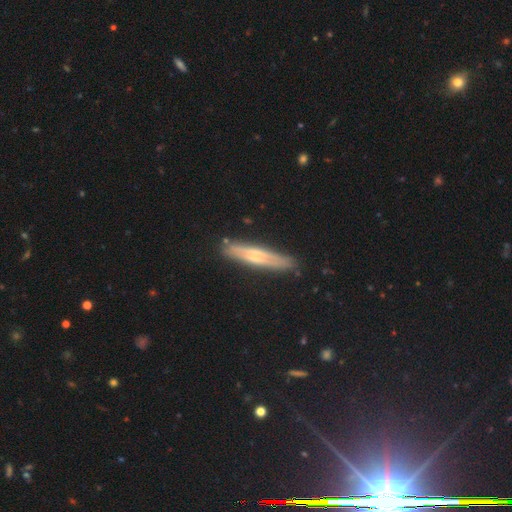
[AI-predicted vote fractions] The model was most divided on "smooth or featured": featured or disk: 52%, smooth: 41%, star or artifact: 8%. More confident: merging — none (84%); edge-on disk — yes (83%).